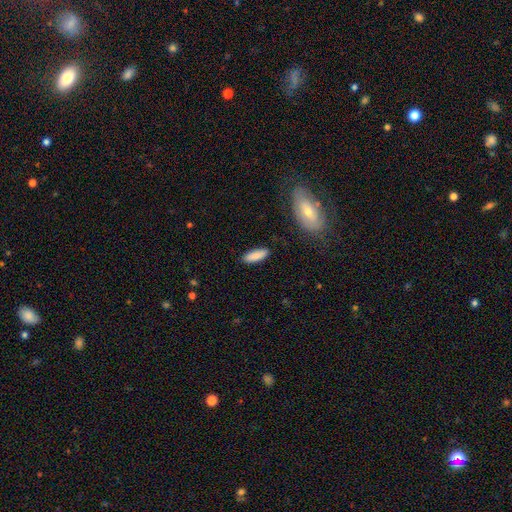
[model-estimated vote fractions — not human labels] Smooth or featured? smooth (87%)
How rounded? in between (60%)
Merging? none (87%)